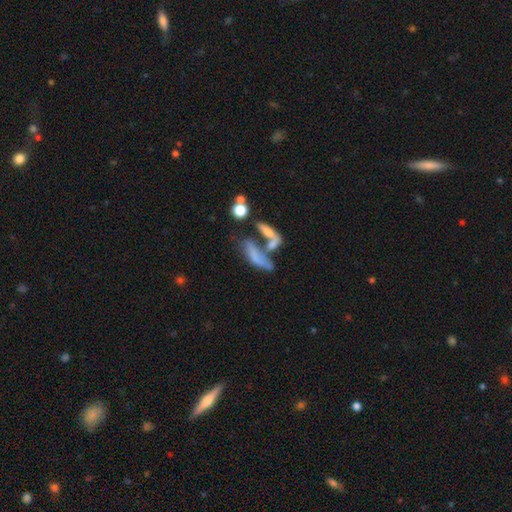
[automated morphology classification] smooth_or_featured: smooth (p=0.53) [alt: featured or disk p=0.34]
how_rounded: in between (p=0.48) [alt: cigar-shaped p=0.47]
merging: merger (p=0.53) [alt: none p=0.21]